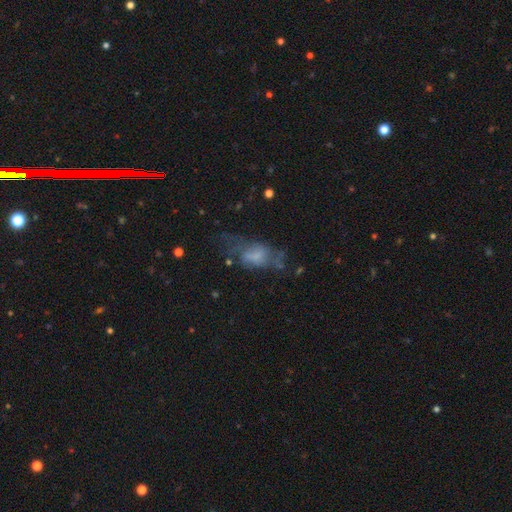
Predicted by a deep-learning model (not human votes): A smooth galaxy with no disk features (44%). Merging: none (36%).